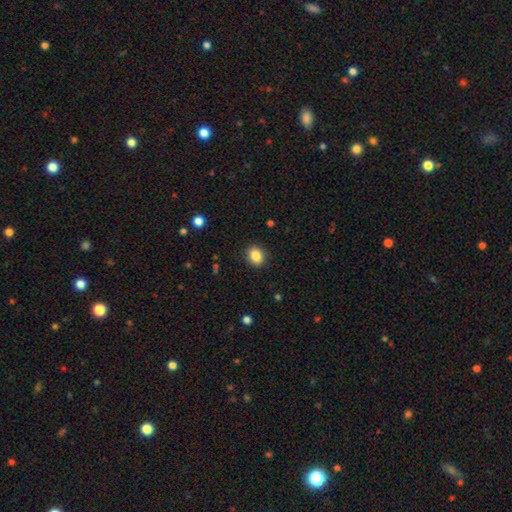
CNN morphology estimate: Smooth or featured?
  - smooth: 85% *
  - star or artifact: 10%
  - featured or disk: 5%
How rounded?
  - round: 66% *
  - in between: 33%
  - cigar-shaped: 1%
Merging?
  - none: 90% *
  - minor disturbance: 7%
  - major disturbance: 2%
  - merger: 1%